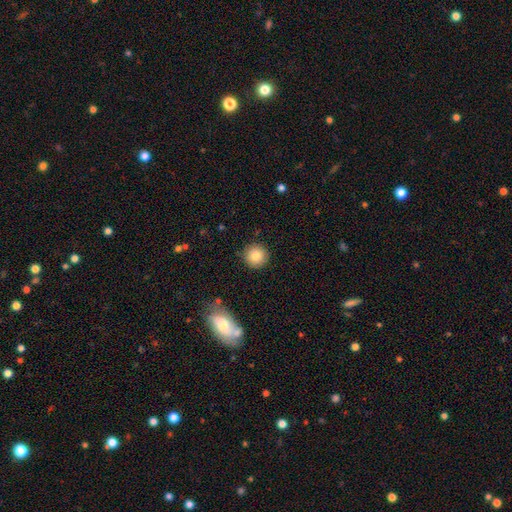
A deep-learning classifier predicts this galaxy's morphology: smooth_or_featured: smooth (p=0.84) [alt: star or artifact p=0.09]
how_rounded: round (p=0.94) [alt: in between p=0.05]
merging: none (p=0.90) [alt: minor disturbance p=0.07]